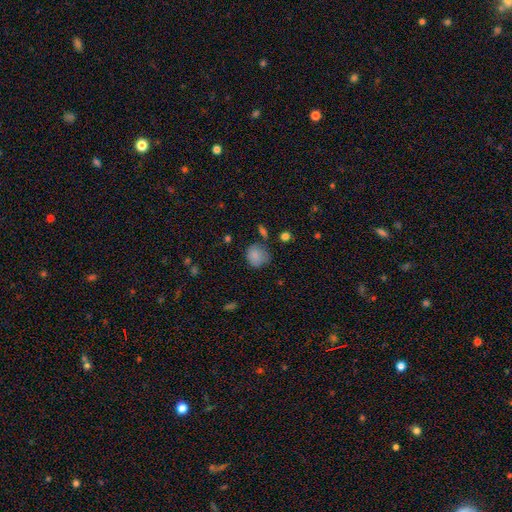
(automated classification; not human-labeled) This is clearly a smooth galaxy (81%). How rounded: likely round (78%). Merging: possibly none (59%).